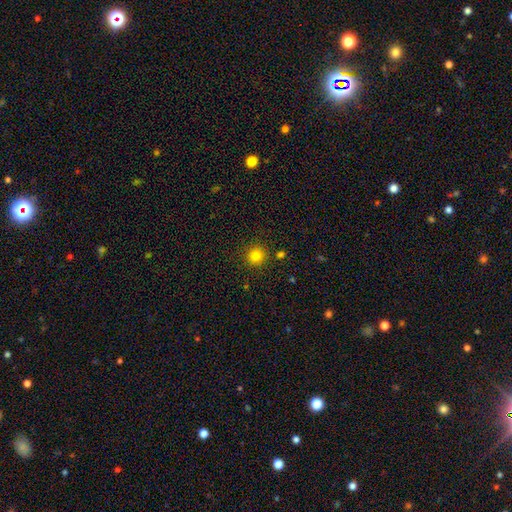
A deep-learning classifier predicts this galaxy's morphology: A smooth galaxy with no disk features (82%) that is round (94%).

Vote fractions:
- Smooth or featured? smooth: 82% / star or artifact: 13% / featured or disk: 5%
- How rounded? round: 94% / in between: 5% / cigar-shaped: 1%
- Merging? none: 89% / minor disturbance: 6% / merger: 3% / major disturbance: 2%